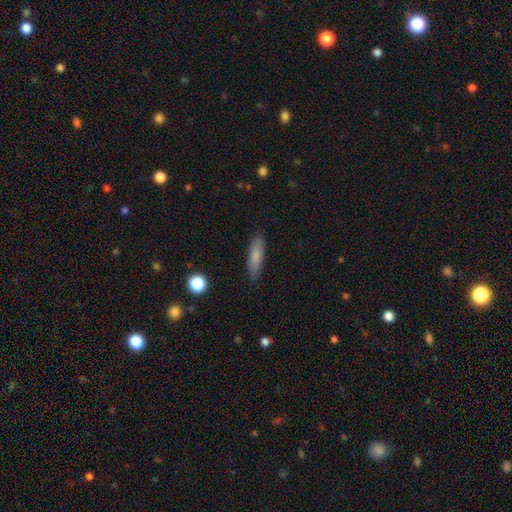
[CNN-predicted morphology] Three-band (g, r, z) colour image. It shows a smooth galaxy with no disk features (78%) that is cigar-shaped (66%). Merging: none (85%).